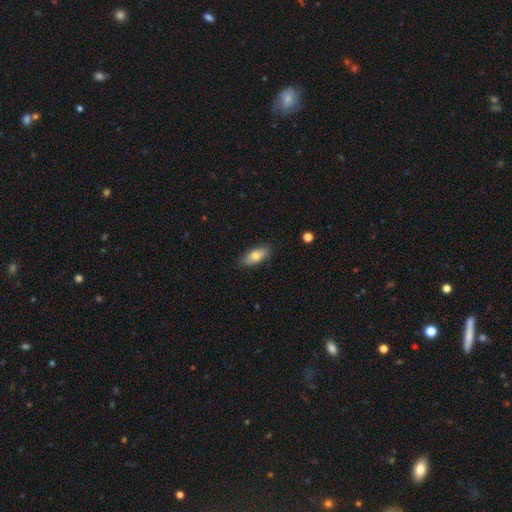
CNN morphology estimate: This appears to be a smooth galaxy with no disk features (78%) that is in between round and cigar-shaped (81%). Merging: none (85%).